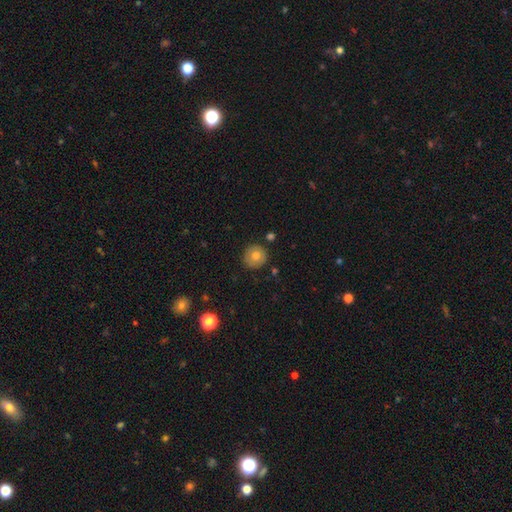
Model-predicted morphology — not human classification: smooth 73%, featured or disk 18%, star or artifact 9%. Down the decision tree: how rounded — round (92%); merging — none (85%).